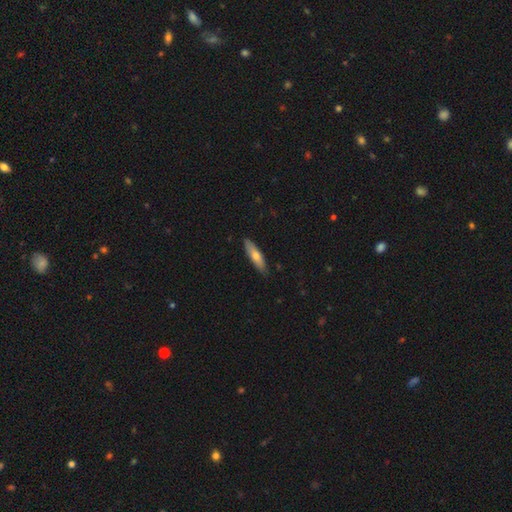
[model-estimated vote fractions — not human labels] Overall: smooth (64%; featured or disk 30%). How rounded: cigar-shaped (63%; in between 35%). Merging: none (85%).